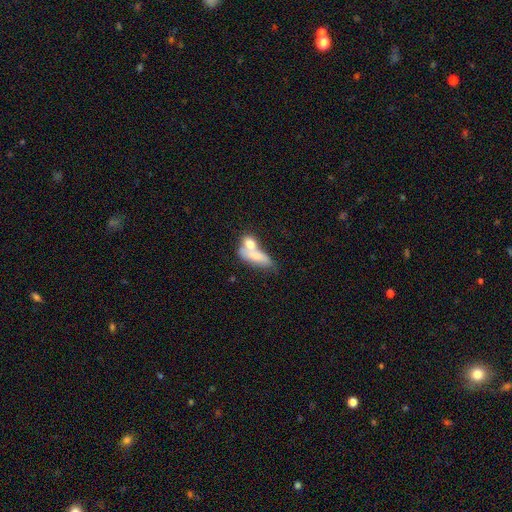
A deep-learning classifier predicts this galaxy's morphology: This is likely a smooth galaxy (67%). How rounded: likely in between (68%). Merging: likely merger (61%).